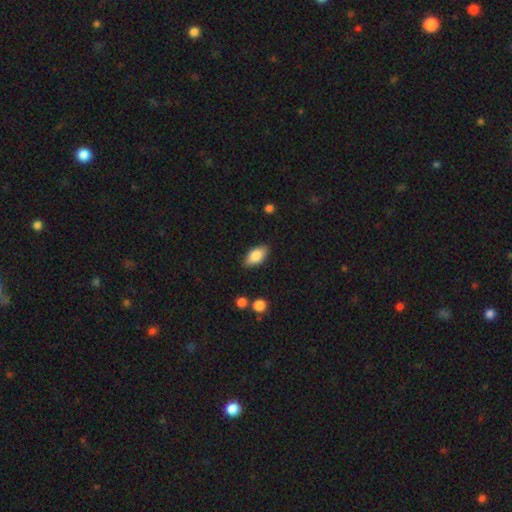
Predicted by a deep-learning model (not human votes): Smooth or featured: smooth — 82% (featured or disk — 12%)
How rounded: in between — 91% (cigar-shaped — 6%)
Merging: none — 85% (minor disturbance — 11%)